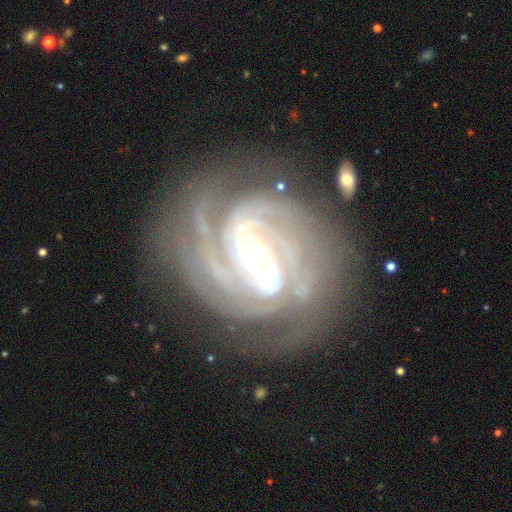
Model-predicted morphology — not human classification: A featured or disk galaxy (92%) with a strong bar (52%), 3 (38%) tight (68%) spiral arms (98%) and a moderate central bulge (53%).

Vote fractions:
- Smooth or featured? featured or disk: 92% / star or artifact: 5% / smooth: 3%
- Edge-on disk? no: 97% / yes: 3%
- Bar? strong: 52% / weak: 34% / no: 14%
- Spiral arms? yes: 98% / no: 2%
- Spiral winding? tight: 68% / medium: 28% / loose: 3%
- Spiral arm count? 3: 38% / 4: 21% / 2: 19% / can't tell: 10% / more than 4: 6% / 1: 5%
- Bulge size? moderate: 53% / small: 39% / large: 6% / none: 1% / dominant: 1%
- Merging? none: 74% / minor disturbance: 15% / major disturbance: 7% / merger: 3%